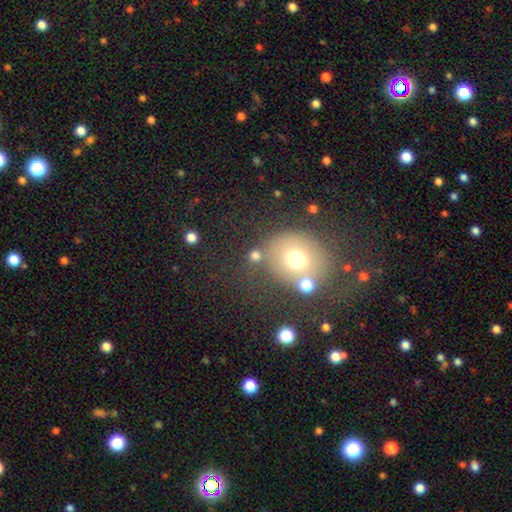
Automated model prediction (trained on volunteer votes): smooth-or-featured: smooth: 69% | star or artifact: 20% | featured or disk: 11%
  how-rounded: round: 82% | in between: 17% | cigar-shaped: 2%
  merging: none: 66% | merger: 14% | minor disturbance: 11% | major disturbance: 8%